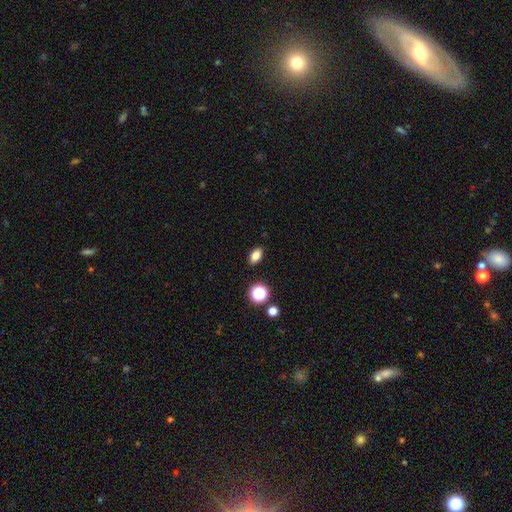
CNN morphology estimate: Smooth or featured?
  - smooth: 81% *
  - star or artifact: 12%
  - featured or disk: 7%
How rounded?
  - in between: 84% *
  - round: 13%
  - cigar-shaped: 3%
Merging?
  - none: 89% *
  - minor disturbance: 8%
  - major disturbance: 2%
  - merger: 1%